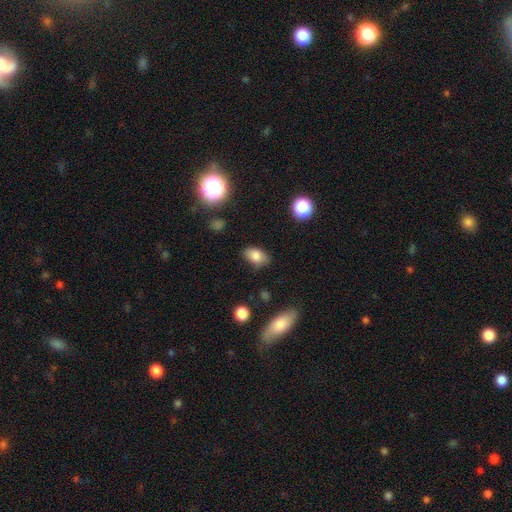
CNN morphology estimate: smooth_or_featured: smooth (p=0.82) [alt: star or artifact p=0.10]
how_rounded: in between (p=0.88) [alt: round p=0.10]
merging: none (p=0.80) [alt: minor disturbance p=0.15]